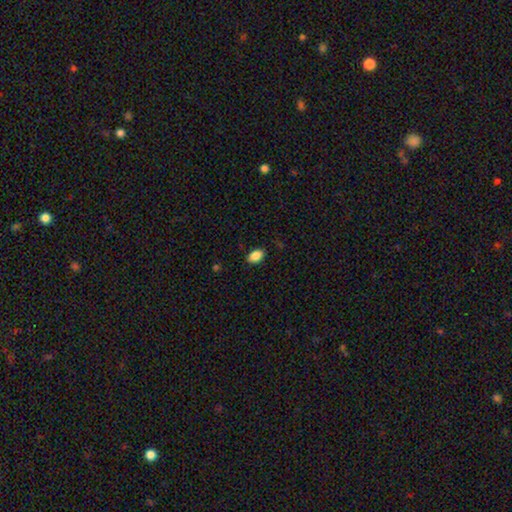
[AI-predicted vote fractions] Overall: smooth (87%). How rounded: in between (90%). Merging: none (87%).